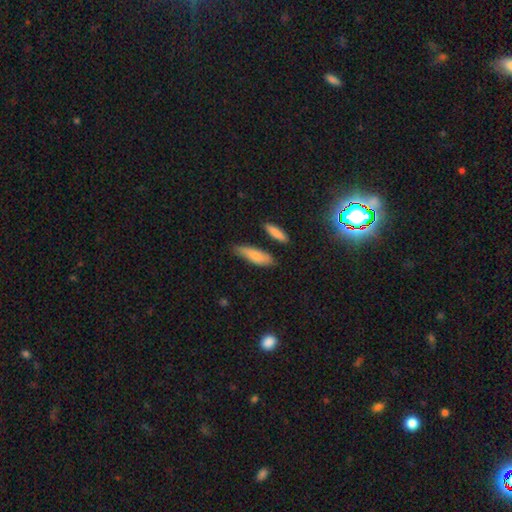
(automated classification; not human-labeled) smooth_or_featured: smooth (p=0.82) [alt: featured or disk p=0.12]
how_rounded: cigar-shaped (p=0.51) [alt: in between p=0.47]
merging: none (p=0.70) [alt: minor disturbance p=0.20]